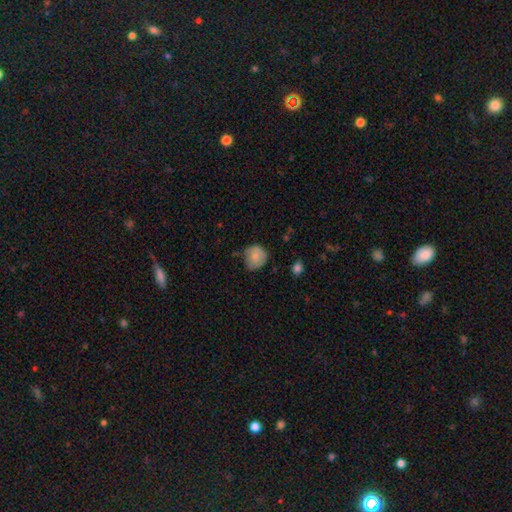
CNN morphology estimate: This is likely a smooth galaxy (79%). How rounded: clearly round (82%). Merging: likely none (60%).